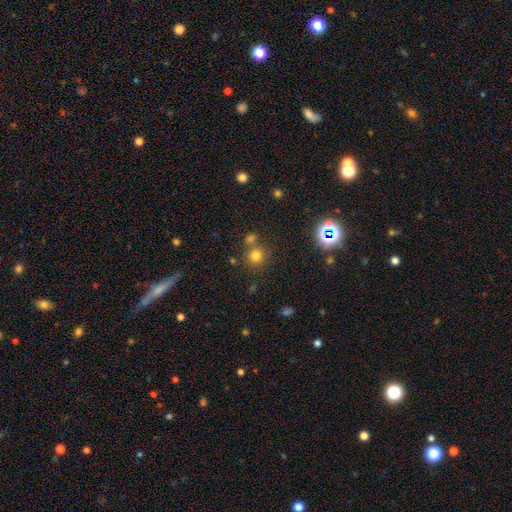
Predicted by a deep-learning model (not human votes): Smooth or featured? Predicted: smooth (p=0.75). How rounded? Predicted: round (p=0.90). Merging? Predicted: none (p=0.66).